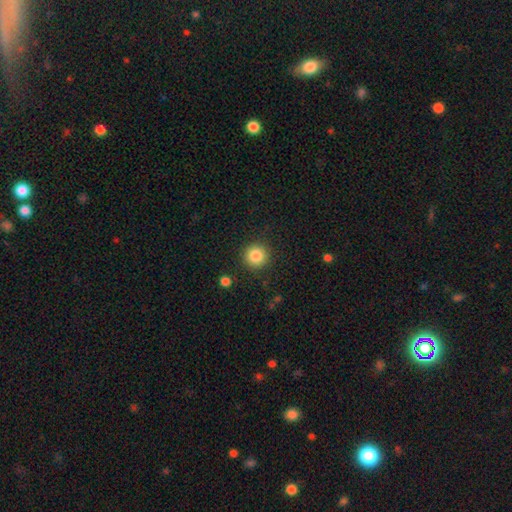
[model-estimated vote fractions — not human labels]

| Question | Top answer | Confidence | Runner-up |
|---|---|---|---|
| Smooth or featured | smooth | 85% | star or artifact (10%) |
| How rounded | round | 94% | in between (5%) |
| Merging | none | 89% | minor disturbance (6%) |